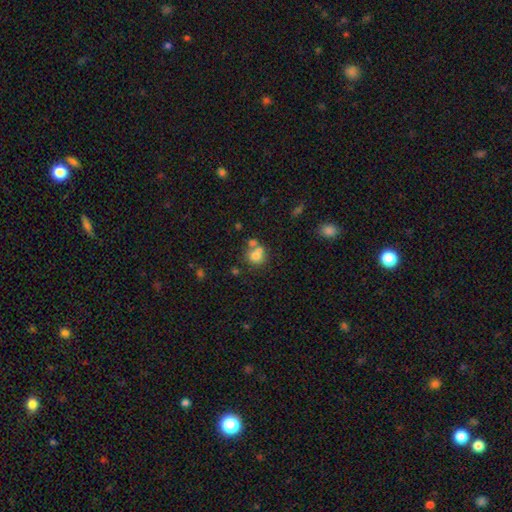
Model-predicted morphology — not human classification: Q: Smooth or featured?
A: smooth (71%); runner-up: featured or disk (16%)
Q: How rounded?
A: round (81%); runner-up: in between (18%)
Q: Merging?
A: none (45%); runner-up: merger (41%)